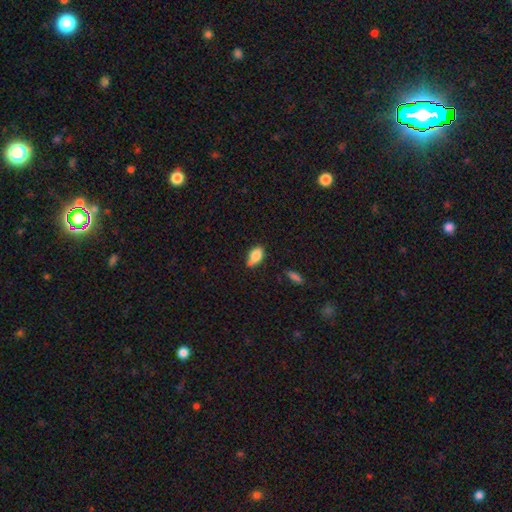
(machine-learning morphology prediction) Smooth or featured? smooth (83%)
How rounded? in between (90%)
Merging? none (57%)